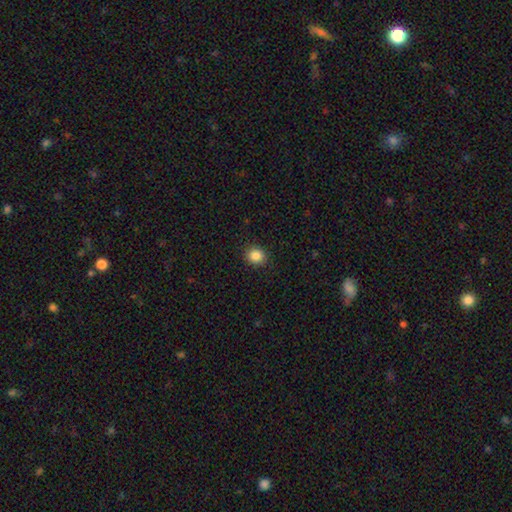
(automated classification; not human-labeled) Smooth or featured: smooth — 85% (star or artifact — 10%)
How rounded: round — 80% (in between — 19%)
Merging: none — 91% (minor disturbance — 6%)